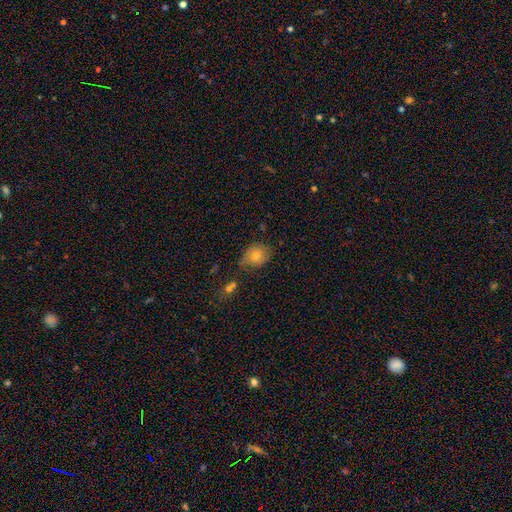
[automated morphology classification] smooth-or-featured: smooth: 69% | featured or disk: 20% | star or artifact: 11%
  how-rounded: round: 50% | in between: 49% | cigar-shaped: 1%
  merging: none: 63% | minor disturbance: 27% | major disturbance: 7% | merger: 4%